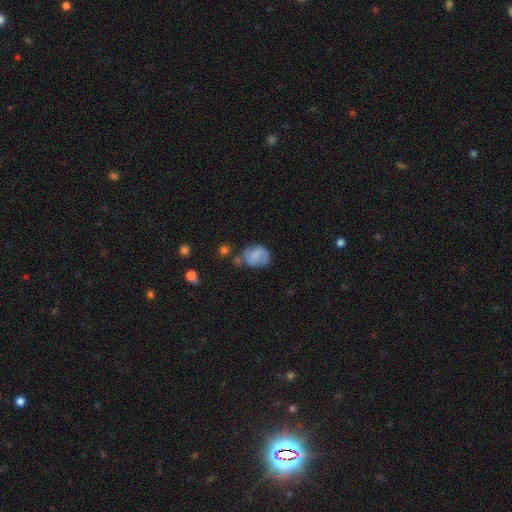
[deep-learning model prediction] This appears to be a smooth galaxy with no disk features (65%) that is in between round and cigar-shaped (57%). Merging: none (46%).